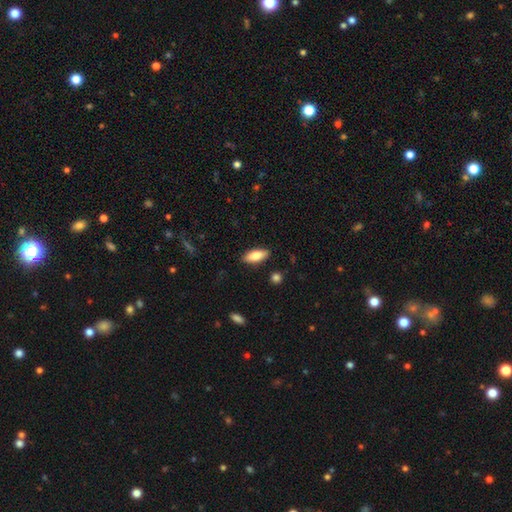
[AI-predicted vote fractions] A smooth galaxy with no disk features (80%) that is in between round and cigar-shaped (75%). Merging: none (88%).